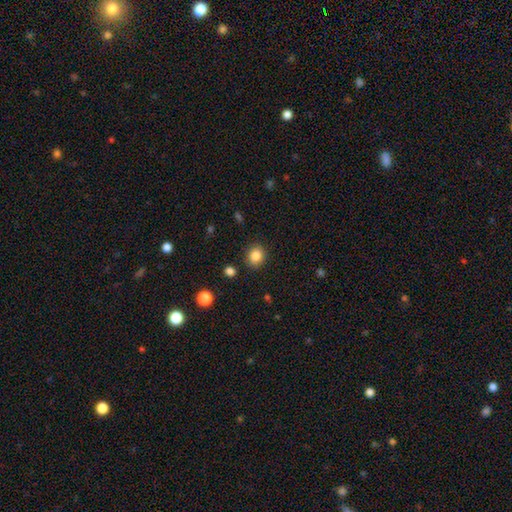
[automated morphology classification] The model was most divided on "how rounded": round: 76%, in between: 23%, cigar-shaped: 1%. More confident: merging — none (88%); smooth or featured — smooth (85%).